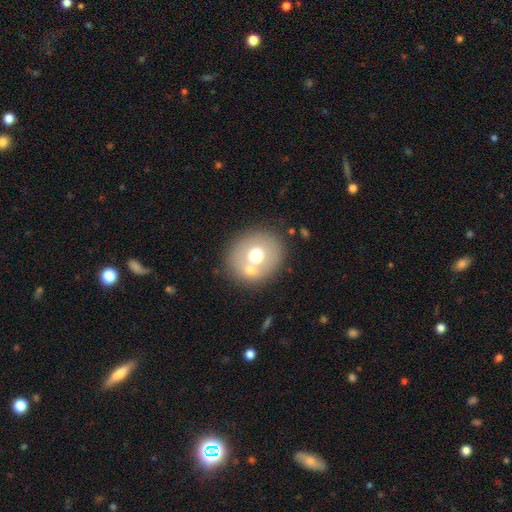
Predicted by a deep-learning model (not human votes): The model was most divided on "smooth or featured": smooth: 61%, featured or disk: 27%, star or artifact: 12%. More confident: how rounded — round (79%); merging — none (68%).